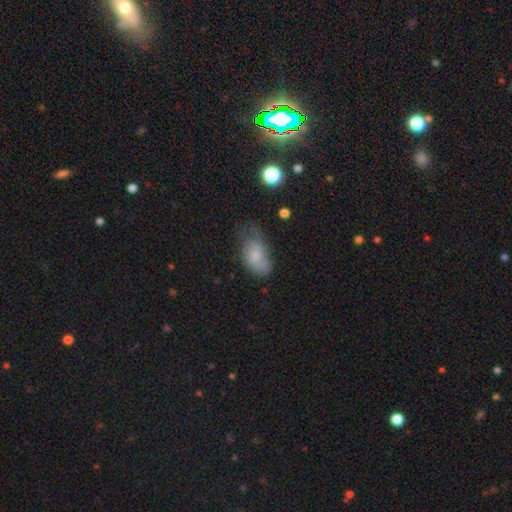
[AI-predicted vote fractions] smooth_or_featured: smooth (p=0.68) [alt: featured or disk p=0.23]
how_rounded: in between (p=0.91) [alt: round p=0.06]
merging: none (p=0.39) [alt: minor disturbance p=0.37]